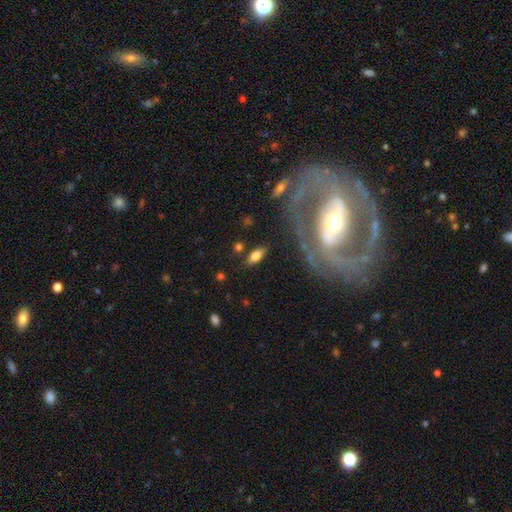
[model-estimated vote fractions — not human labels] Smooth or featured: smooth — 73% (featured or disk — 19%)
How rounded: in between — 85% (cigar-shaped — 11%)
Merging: none — 79% (minor disturbance — 13%)